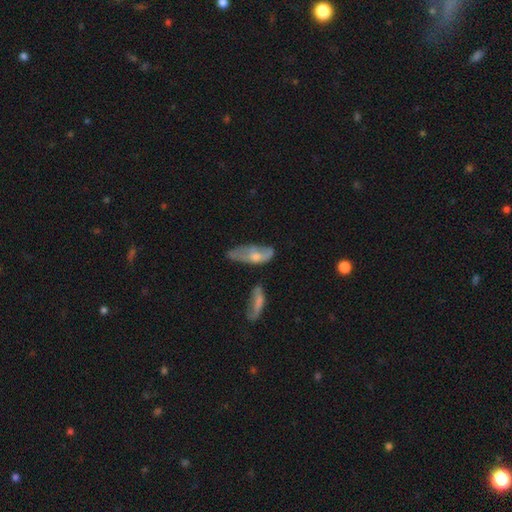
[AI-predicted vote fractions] featured or disk 46%, smooth 45%, star or artifact 9%. Down the decision tree: merging — none (36%).